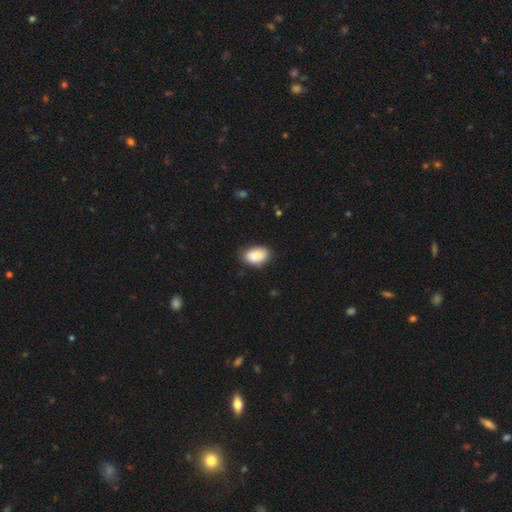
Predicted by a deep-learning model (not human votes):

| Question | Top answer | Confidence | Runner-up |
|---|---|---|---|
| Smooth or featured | smooth | 88% | star or artifact (7%) |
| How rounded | in between | 90% | round (8%) |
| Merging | none | 78% | minor disturbance (18%) |